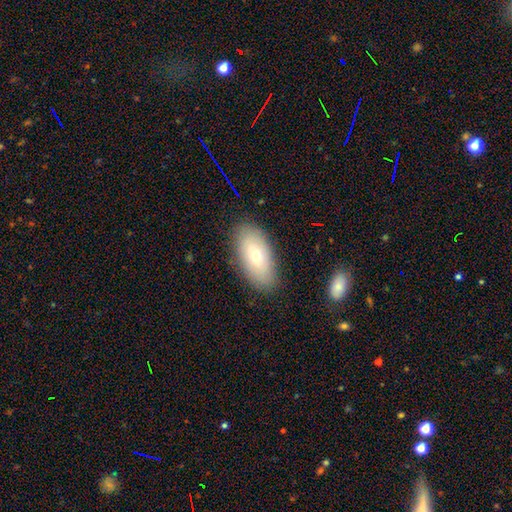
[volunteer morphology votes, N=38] smooth_or_featured: smooth (p=0.76) [alt: featured or disk p=0.16]
how_rounded: in between (p=0.76) [alt: cigar-shaped p=0.17]
merging: none (p=0.86) [alt: minor disturbance p=0.11]